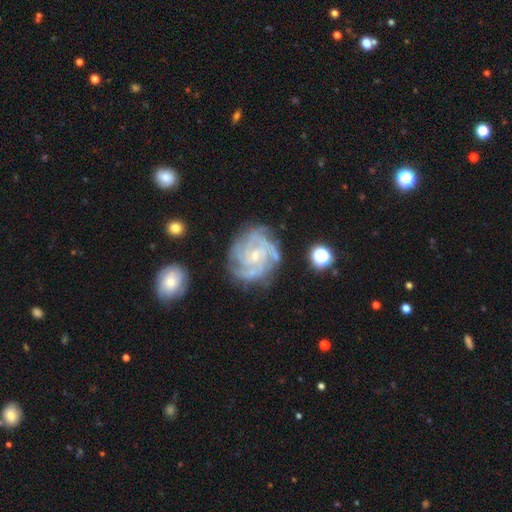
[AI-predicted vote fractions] A featured or disk galaxy (89%) with no bar (58%), 4 (32%) tight (71%) spiral arms (98%) and a small central bulge (74%). Merging: none (75%).